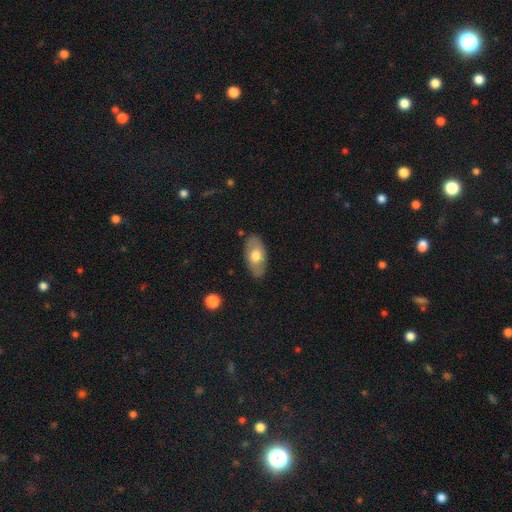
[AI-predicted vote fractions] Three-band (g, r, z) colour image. It shows a smooth galaxy with no disk features (62%) that is in between round and cigar-shaped (92%). Merging: none (84%).